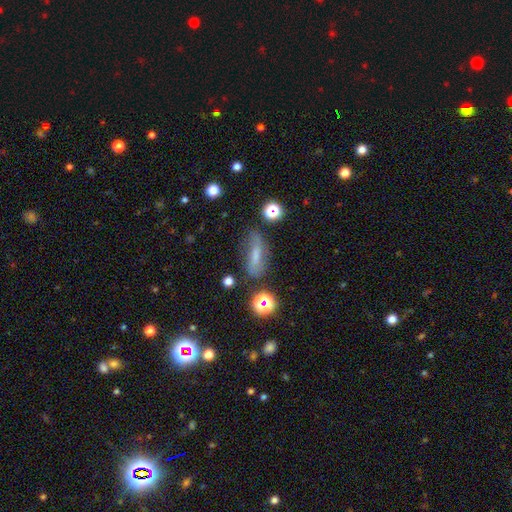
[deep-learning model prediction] Smooth or featured? smooth (52%)
How rounded? in between (54%)
Merging? none (58%)